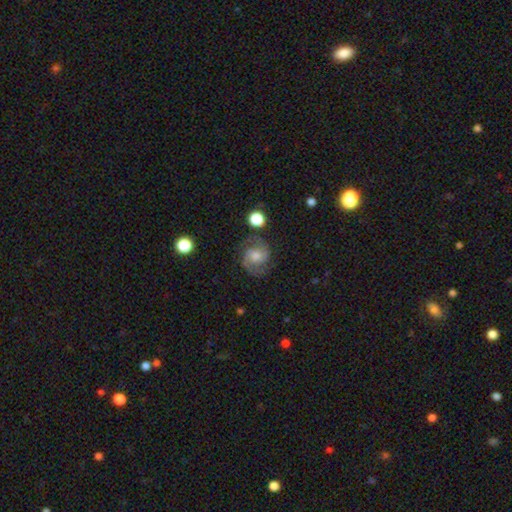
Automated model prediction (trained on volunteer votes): Smooth or featured: featured or disk — 76% (smooth — 16%)
Edge-on disk: no — 98% (yes — 2%)
Bar: no — 61% (weak — 32%)
Spiral arms: yes — 95% (no — 5%)
Spiral winding: medium — 52% (tight — 34%)
Spiral arm count: 2 — 89% (can't tell — 5%)
Bulge size: moderate — 53% (small — 32%)
Merging: none — 80% (minor disturbance — 13%)